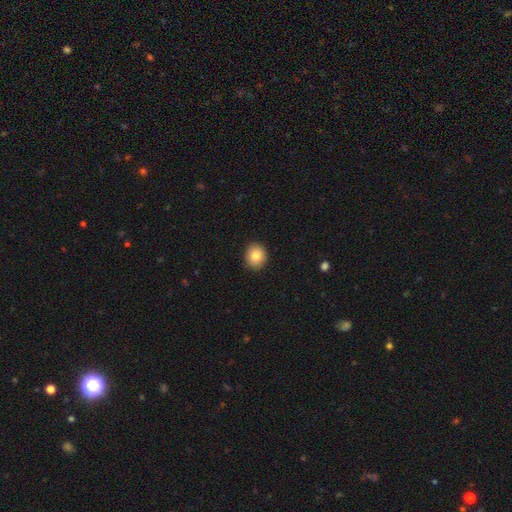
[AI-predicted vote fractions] This is clearly a smooth galaxy (84%). How rounded: likely round (74%). Merging: clearly none (89%).